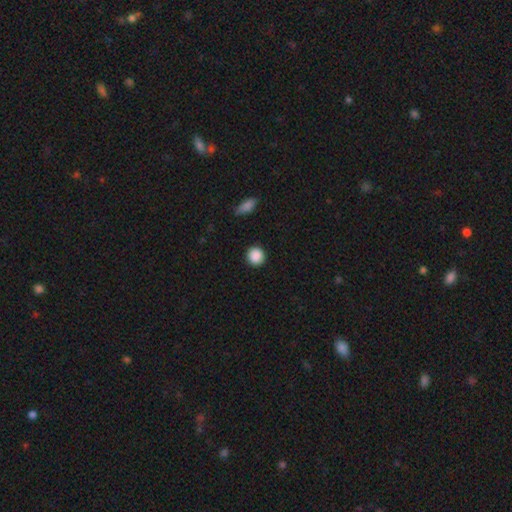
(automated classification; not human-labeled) Smooth or featured? Predicted: smooth (p=0.89). How rounded? Predicted: round (p=0.92). Merging? Predicted: none (p=0.90).